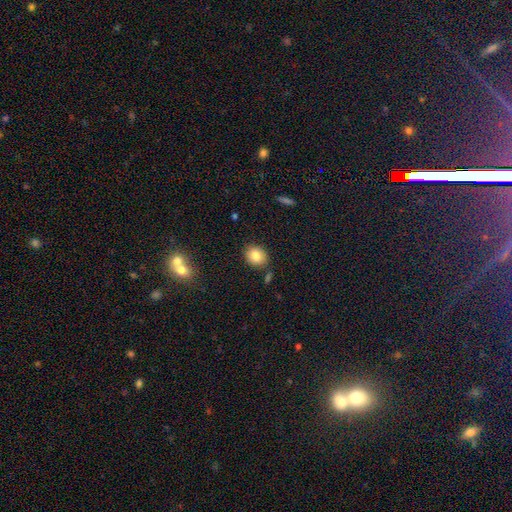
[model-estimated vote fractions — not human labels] Smooth or featured? smooth (81%)
How rounded? round (60%)
Merging? none (82%)